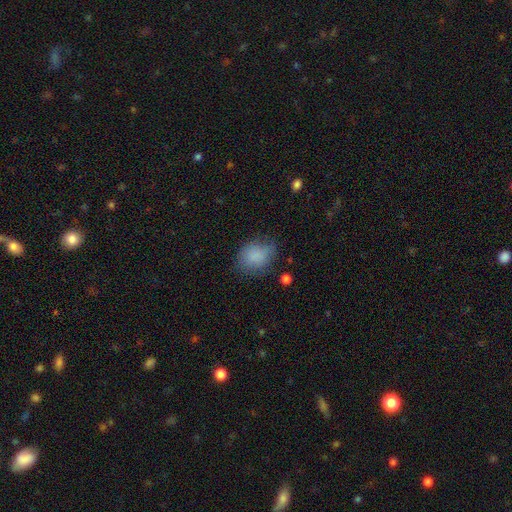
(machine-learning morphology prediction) smooth 84%, star or artifact 9%, featured or disk 7%. Down the decision tree: how rounded — in between (56%); merging — none (63%).